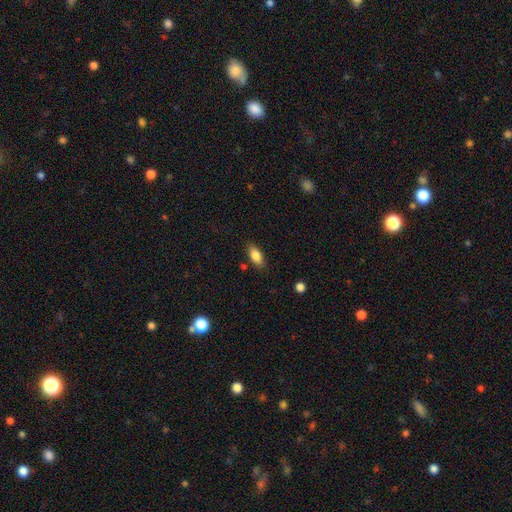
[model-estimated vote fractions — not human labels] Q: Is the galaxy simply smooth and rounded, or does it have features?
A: smooth — 84%.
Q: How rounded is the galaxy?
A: in between — 87%.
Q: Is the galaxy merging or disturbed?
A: none — 83%.